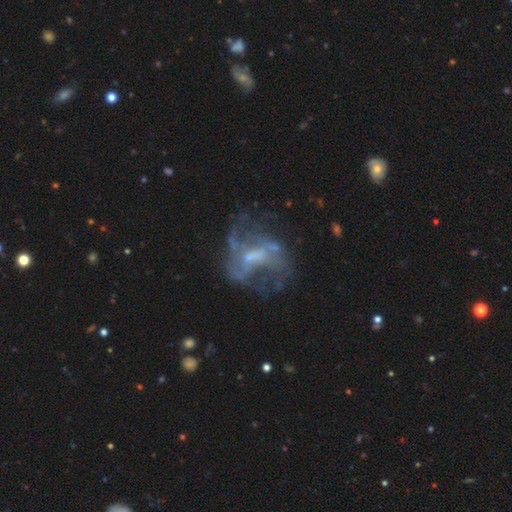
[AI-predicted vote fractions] smooth-or-featured: featured or disk: 73% | smooth: 13% | star or artifact: 13%
  disk-edge-on: no: 97% | yes: 3%
    bar: no: 48% | weak: 39% | strong: 13%
    has-spiral-arms: yes: 54% | no: 46%
    bulge-size: small: 46% | none: 26% | moderate: 25% | large: 2% | dominant: 1%
  merging: none: 46% | major disturbance: 32% | minor disturbance: 17% | merger: 5%